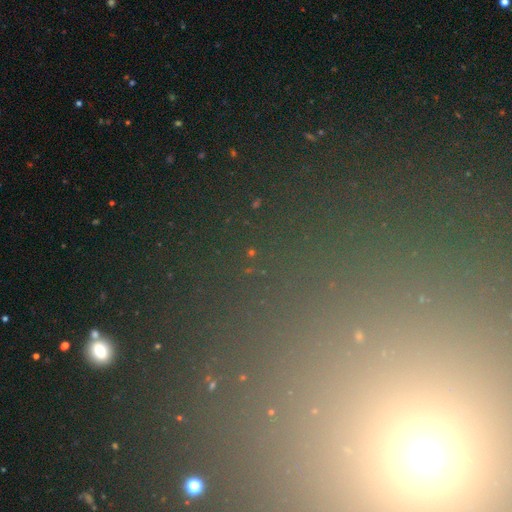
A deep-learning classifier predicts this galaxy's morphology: This is likely a star or artifact rather than a galaxy (69%).